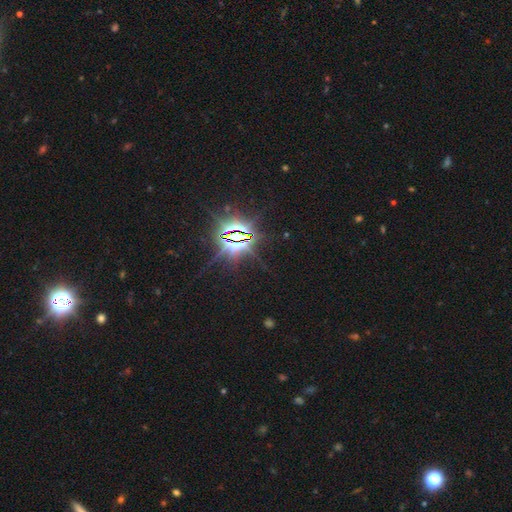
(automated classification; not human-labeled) A star or artifact, not a galaxy (87%).